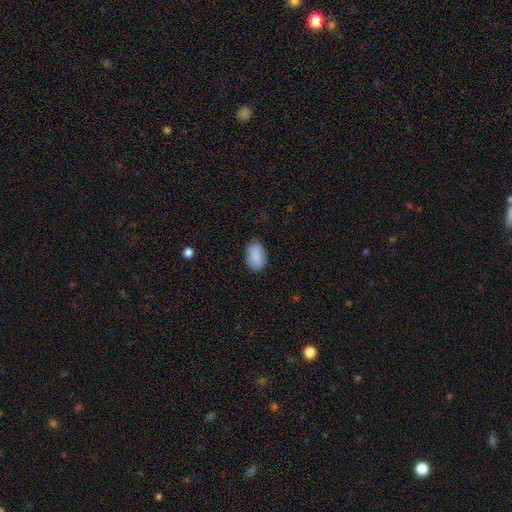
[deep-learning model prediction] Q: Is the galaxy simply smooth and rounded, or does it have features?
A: smooth — 88%.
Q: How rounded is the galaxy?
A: in between — 88%.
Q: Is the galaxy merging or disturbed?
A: none — 83%.